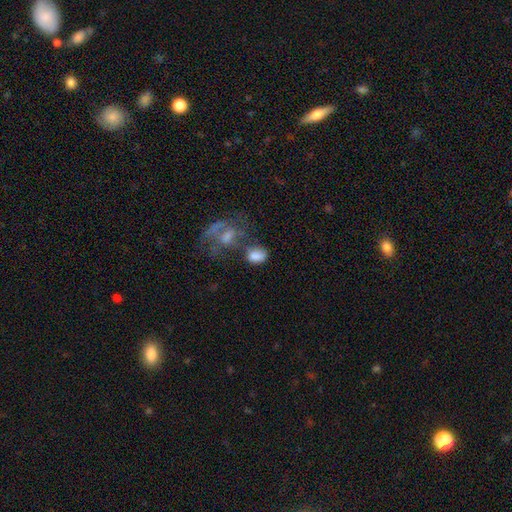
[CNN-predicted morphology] smooth_or_featured: smooth (p=0.74) [alt: featured or disk p=0.15]
how_rounded: in between (p=0.79) [alt: round p=0.19]
merging: merger (p=0.34) [alt: none p=0.33]